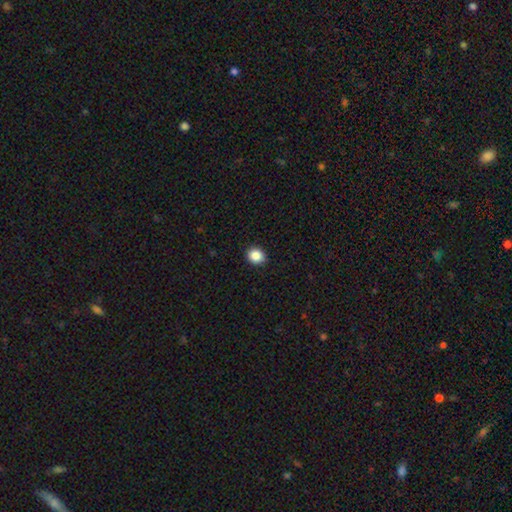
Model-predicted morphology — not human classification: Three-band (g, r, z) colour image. It shows a smooth galaxy with no disk features (87%) that is round (67%). Merging: none (92%).